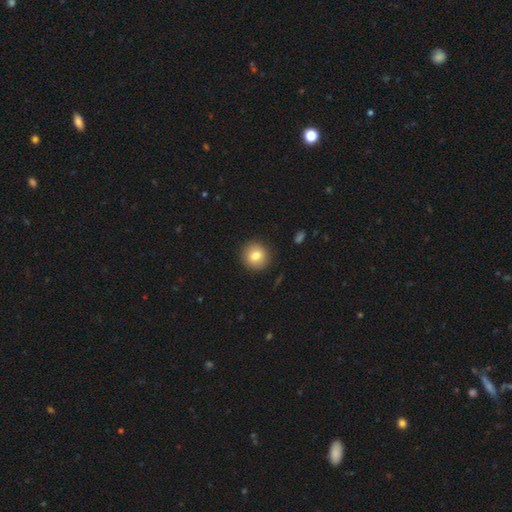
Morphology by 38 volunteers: Overall: smooth (79%). How rounded: round (97%). Merging: none (86%).